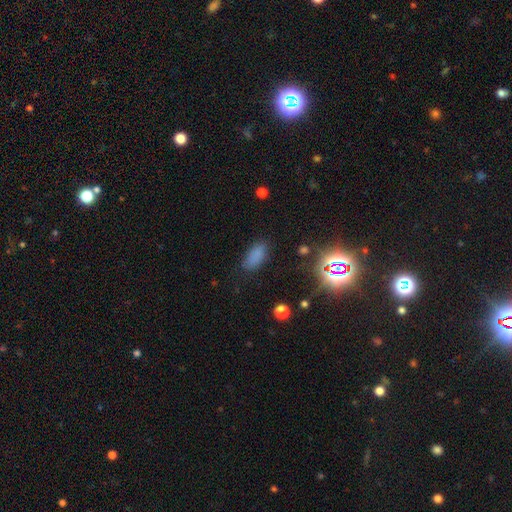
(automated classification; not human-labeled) smooth_or_featured: smooth (p=0.77) [alt: star or artifact p=0.17]
how_rounded: in between (p=0.88) [alt: cigar-shaped p=0.08]
merging: none (p=0.80) [alt: minor disturbance p=0.14]